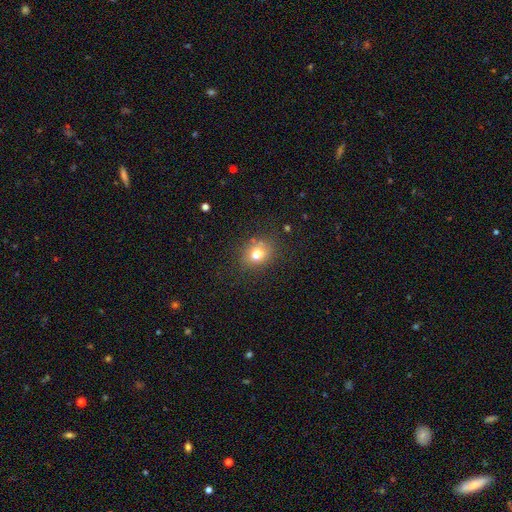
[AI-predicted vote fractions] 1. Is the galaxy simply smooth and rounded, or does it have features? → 75% smooth, 13% star or artifact, 11% featured or disk.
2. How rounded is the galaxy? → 51% round, 48% in between, 1% cigar-shaped.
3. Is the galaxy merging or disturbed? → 74% none, 15% minor disturbance, 6% merger, 5% major disturbance.